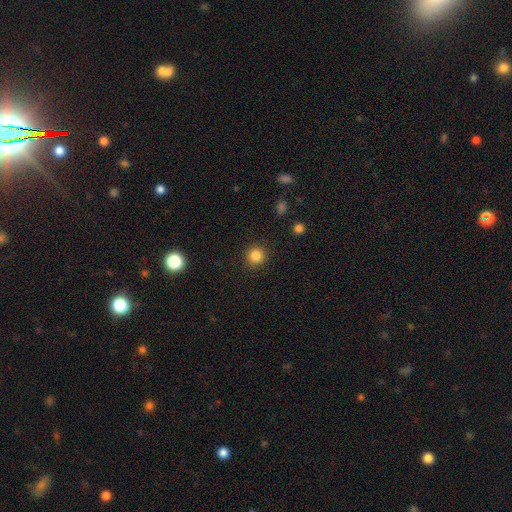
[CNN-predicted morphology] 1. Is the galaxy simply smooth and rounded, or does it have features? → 84% smooth, 11% star or artifact, 5% featured or disk.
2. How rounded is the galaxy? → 92% round, 7% in between, 1% cigar-shaped.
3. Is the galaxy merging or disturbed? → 90% none, 6% minor disturbance, 2% major disturbance, 1% merger.